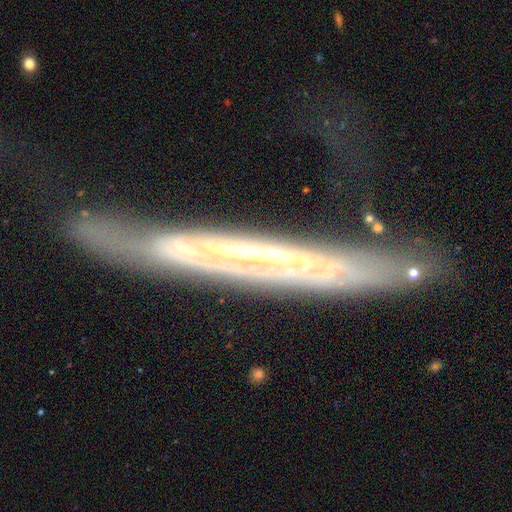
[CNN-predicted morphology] Smooth or featured: featured or disk — 78% (smooth — 14%)
Edge-on disk: yes — 74% (no — 26%)
Edge-on bulge: none — 72% (rounded — 17%)
Merging: none — 58% (minor disturbance — 24%)